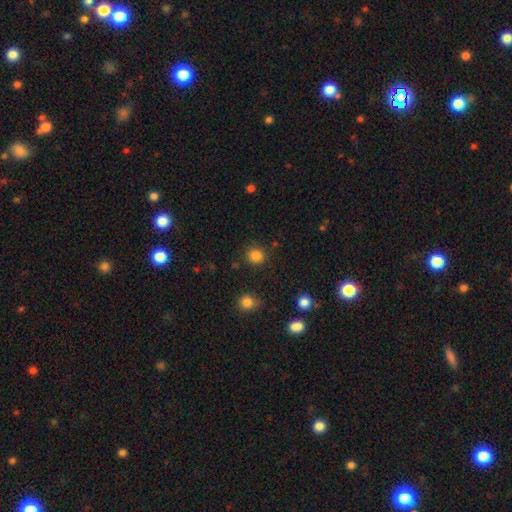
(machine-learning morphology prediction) Smooth or featured? smooth (84%)
How rounded? round (90%)
Merging? none (88%)